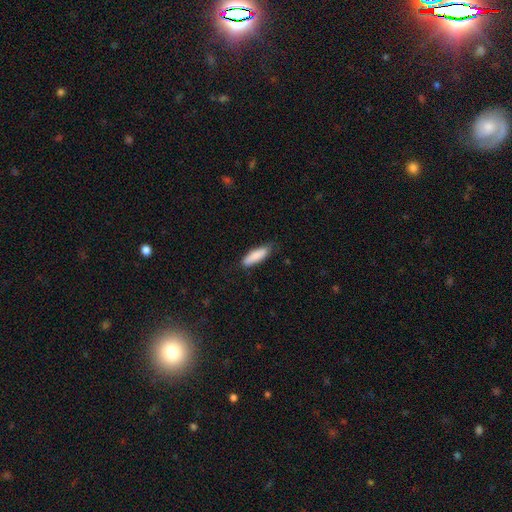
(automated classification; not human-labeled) The model was most divided on "how rounded": cigar-shaped: 54%, in between: 45%, round: 1%. More confident: smooth or featured — smooth (87%); merging — none (75%).